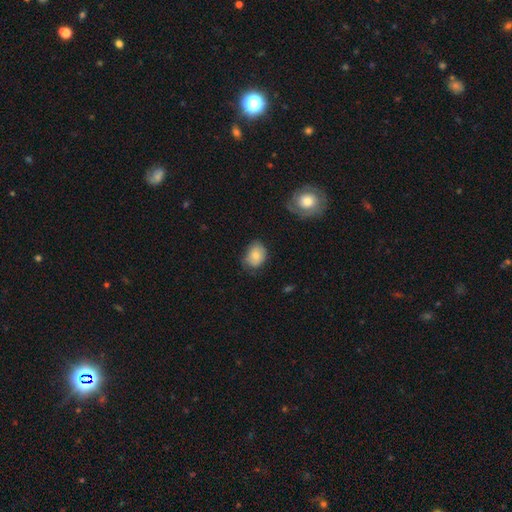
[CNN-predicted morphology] Smooth or featured? smooth (77%)
How rounded? in between (63%)
Merging? none (60%)